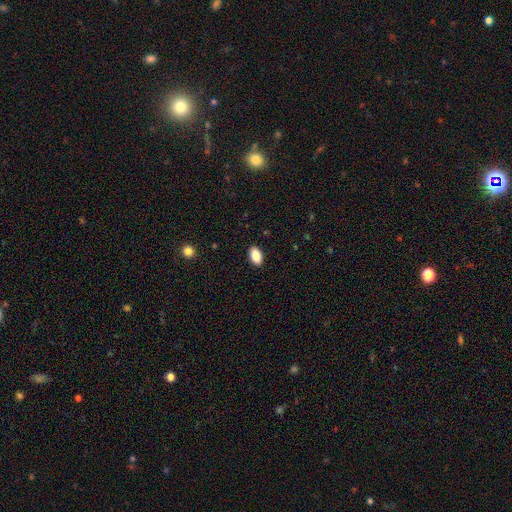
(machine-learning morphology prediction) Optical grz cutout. It shows a smooth galaxy with no disk features (86%) that is in between round and cigar-shaped (92%). Merging: none (90%).